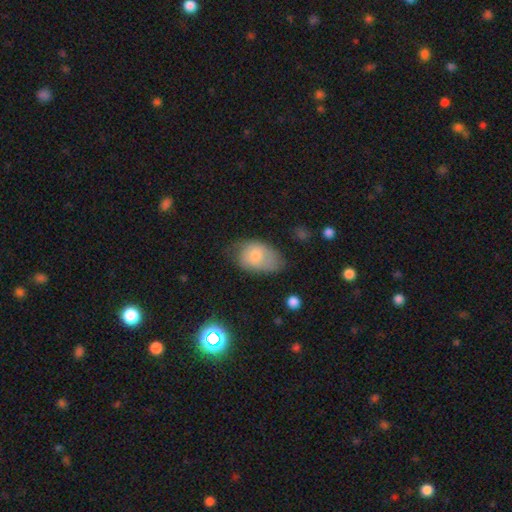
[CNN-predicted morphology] This is likely a smooth galaxy (72%). How rounded: clearly in between (86%). Merging: marginally none (43%).